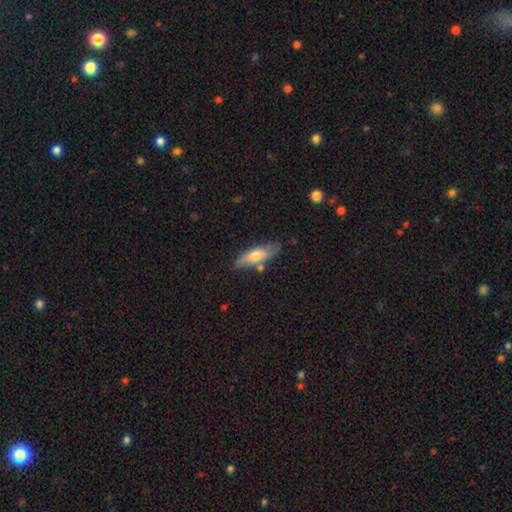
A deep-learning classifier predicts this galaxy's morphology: A smooth galaxy with no disk features (66%) that is in between round and cigar-shaped (53%).

Vote fractions:
- Smooth or featured? smooth: 66% / featured or disk: 28% / star or artifact: 6%
- How rounded? in between: 53% / cigar-shaped: 44% / round: 2%
- Merging? none: 73% / minor disturbance: 16% / merger: 7% / major disturbance: 3%